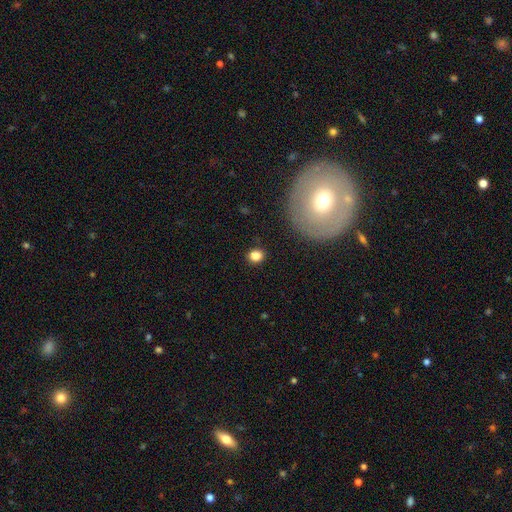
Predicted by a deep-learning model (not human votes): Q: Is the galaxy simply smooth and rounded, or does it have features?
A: smooth — 84%.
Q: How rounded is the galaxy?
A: round — 77%.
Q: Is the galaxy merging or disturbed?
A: none — 89%.